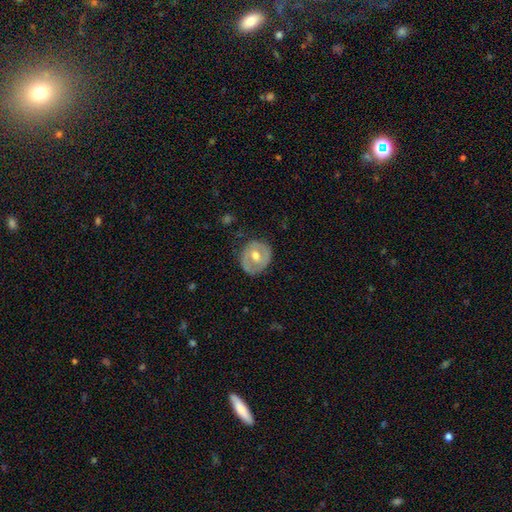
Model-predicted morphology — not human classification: This appears to be a featured or disk galaxy (58%) with no bar (53%), no spiral arms (60%) and a moderate central bulge (78%). Merging: none (78%).